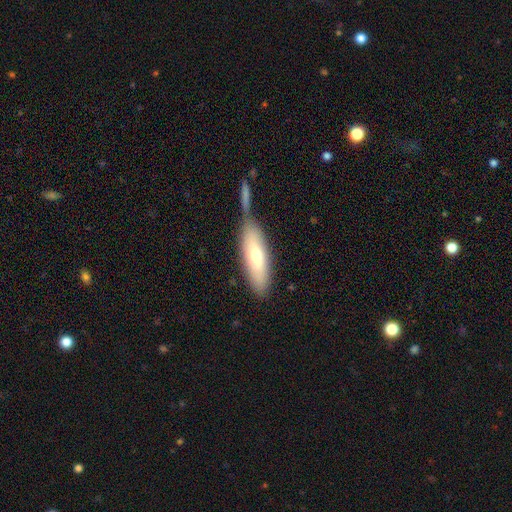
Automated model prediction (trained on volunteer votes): This is likely a smooth galaxy (66%). How rounded: possibly cigar-shaped (50%). Merging: possibly none (55%).